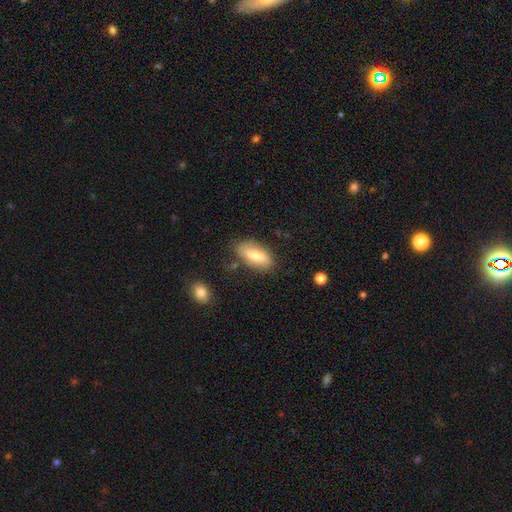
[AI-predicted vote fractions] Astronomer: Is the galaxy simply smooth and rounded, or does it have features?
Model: smooth — 78%.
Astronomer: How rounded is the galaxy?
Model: in between — 84%.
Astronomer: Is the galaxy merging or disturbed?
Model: none — 74%.